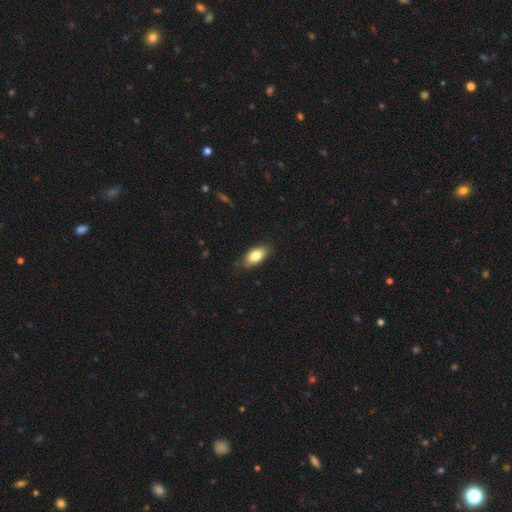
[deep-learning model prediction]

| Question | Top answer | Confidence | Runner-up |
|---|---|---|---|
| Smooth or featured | smooth | 81% | featured or disk (13%) |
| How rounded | in between | 89% | cigar-shaped (7%) |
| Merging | none | 81% | minor disturbance (15%) |